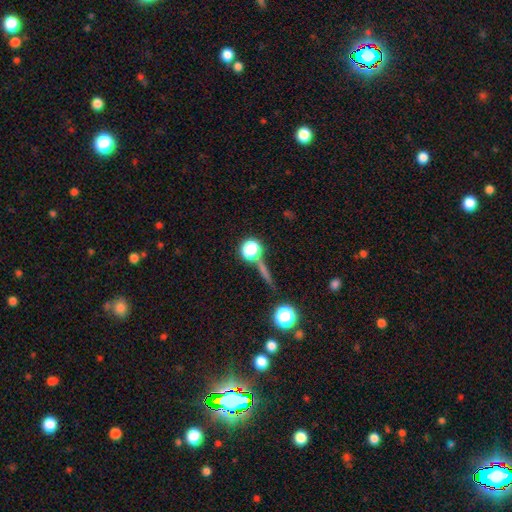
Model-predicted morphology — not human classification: Overall: star or artifact (67%).